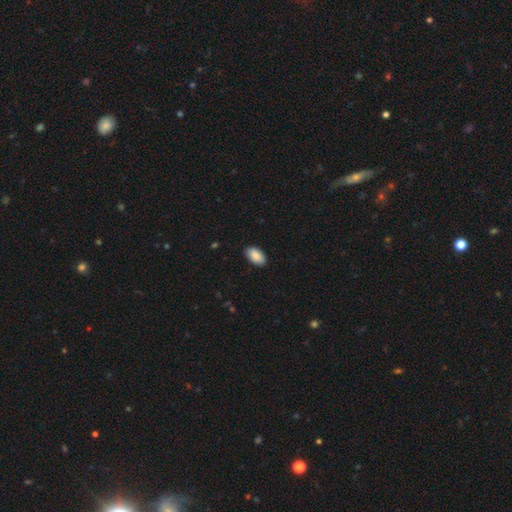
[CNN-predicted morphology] Q: Smooth or featured?
A: smooth (89%); runner-up: star or artifact (6%)
Q: How rounded?
A: in between (95%); runner-up: round (3%)
Q: Merging?
A: none (88%); runner-up: minor disturbance (9%)